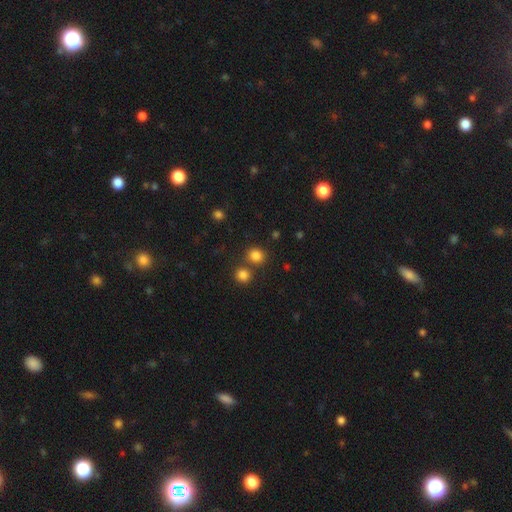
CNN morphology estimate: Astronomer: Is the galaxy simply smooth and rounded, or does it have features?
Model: smooth — 82%.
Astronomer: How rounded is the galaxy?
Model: round — 82%.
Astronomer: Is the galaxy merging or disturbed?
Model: none — 71%.